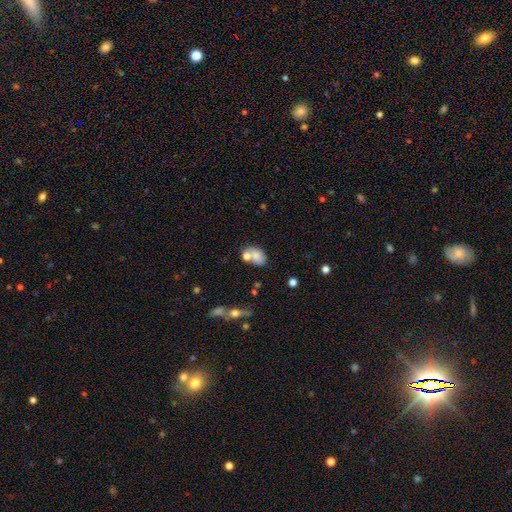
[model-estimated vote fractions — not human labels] smooth_or_featured: smooth (p=0.72) [alt: featured or disk p=0.18]
how_rounded: in between (p=0.81) [alt: round p=0.17]
merging: none (p=0.43) [alt: merger p=0.33]